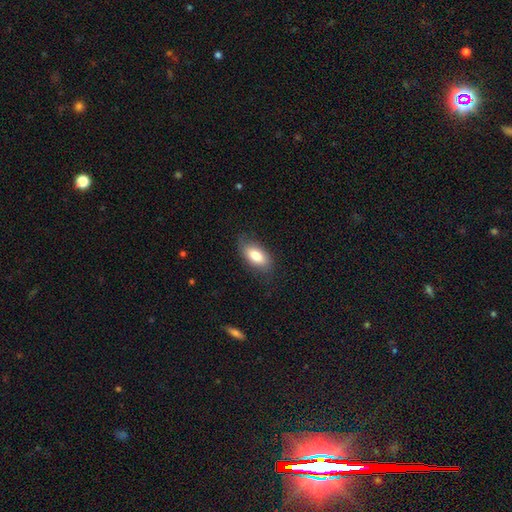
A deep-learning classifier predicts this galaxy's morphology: Smooth or featured?
  - smooth: 81% *
  - featured or disk: 13%
  - star or artifact: 6%
How rounded?
  - in between: 91% *
  - cigar-shaped: 5%
  - round: 3%
Merging?
  - none: 74% *
  - minor disturbance: 20%
  - major disturbance: 6%
  - merger: 1%